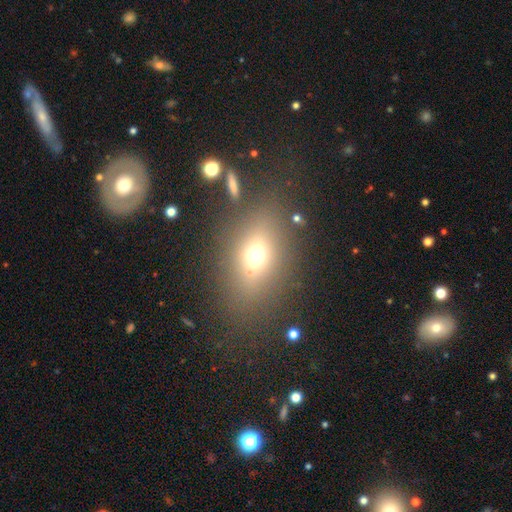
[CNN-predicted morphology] smooth_or_featured: smooth (p=0.63) [alt: star or artifact p=0.20]
how_rounded: in between (p=0.64) [alt: round p=0.31]
merging: none (p=0.75) [alt: minor disturbance p=0.11]